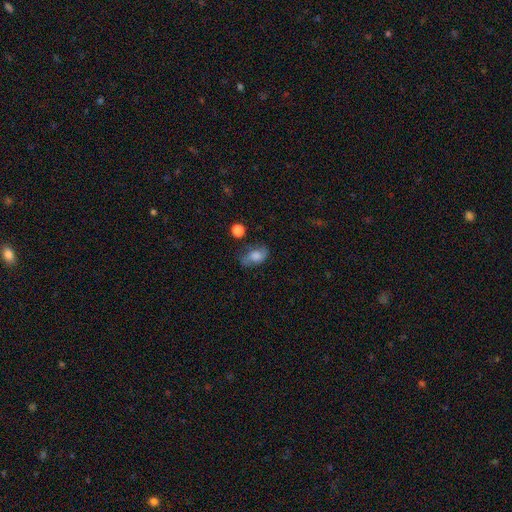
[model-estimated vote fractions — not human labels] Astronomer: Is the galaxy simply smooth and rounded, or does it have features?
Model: smooth — 59%.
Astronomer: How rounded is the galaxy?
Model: in between — 79%.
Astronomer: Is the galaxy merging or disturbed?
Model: none — 54%.